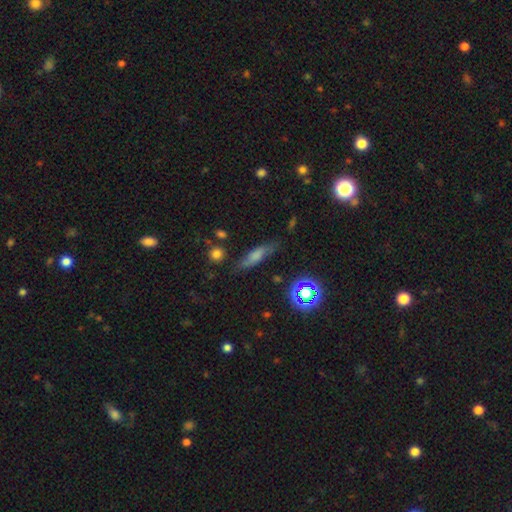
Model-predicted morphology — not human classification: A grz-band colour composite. It shows a smooth galaxy with no disk features (60%) that is cigar-shaped (57%). Merging: none (68%).